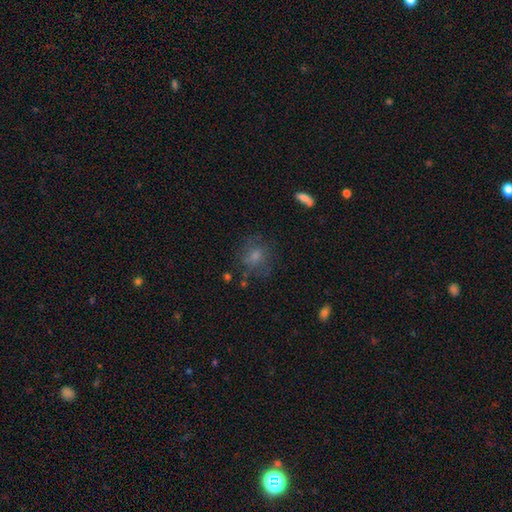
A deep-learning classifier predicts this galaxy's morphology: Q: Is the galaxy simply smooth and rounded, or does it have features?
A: smooth — 49%.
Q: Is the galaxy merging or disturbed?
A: none — 72%.